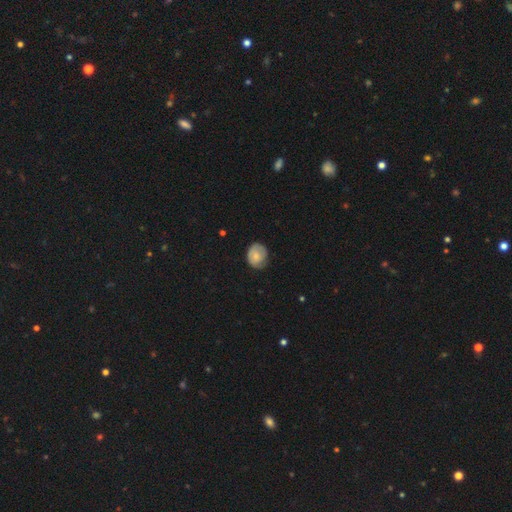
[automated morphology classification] Smooth or featured? smooth (67%)
How rounded? round (61%)
Merging? none (66%)